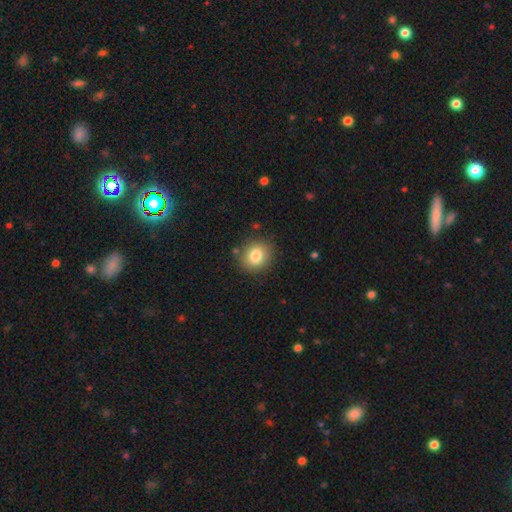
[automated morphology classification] smooth-or-featured: smooth: 81% | star or artifact: 10% | featured or disk: 9%
  how-rounded: round: 74% | in between: 26% | cigar-shaped: 1%
  merging: none: 86% | minor disturbance: 9% | major disturbance: 3% | merger: 2%